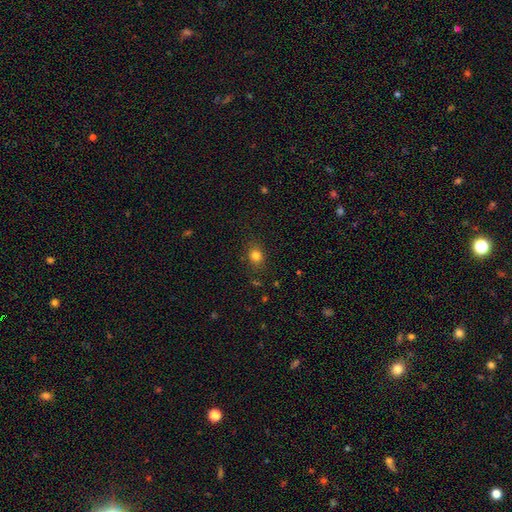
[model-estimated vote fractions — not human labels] The model was most divided on "how rounded": round: 66%, in between: 33%, cigar-shaped: 1%. More confident: merging — none (85%); smooth or featured — smooth (80%).